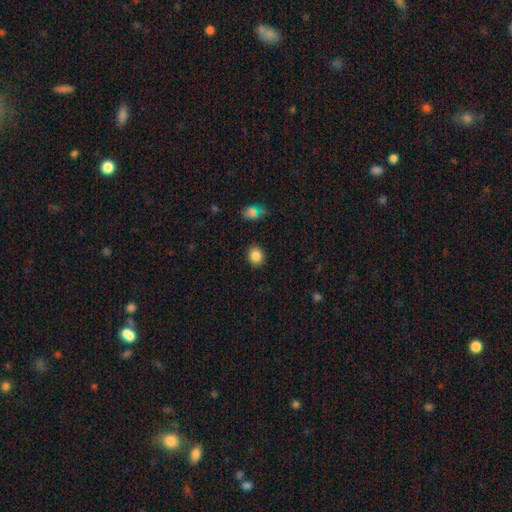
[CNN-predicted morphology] Overall: smooth (86%). How rounded: round (67%; in between 32%). Merging: none (88%).